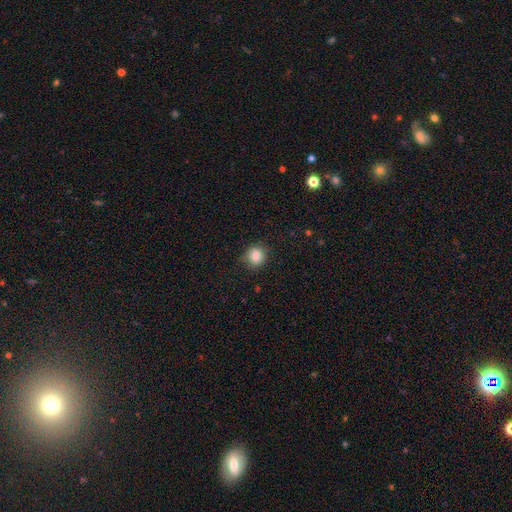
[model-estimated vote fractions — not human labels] smooth 86%, star or artifact 10%, featured or disk 4%. Down the decision tree: how rounded — round (81%); merging — none (81%).